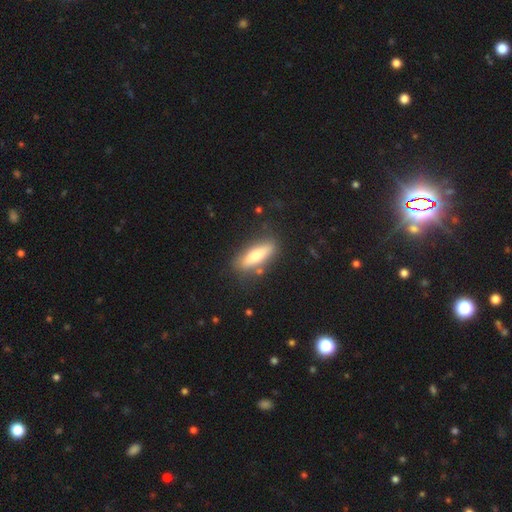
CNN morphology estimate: This appears to be a smooth galaxy with no disk features (62%) that is cigar-shaped (56%). Merging: none (80%).